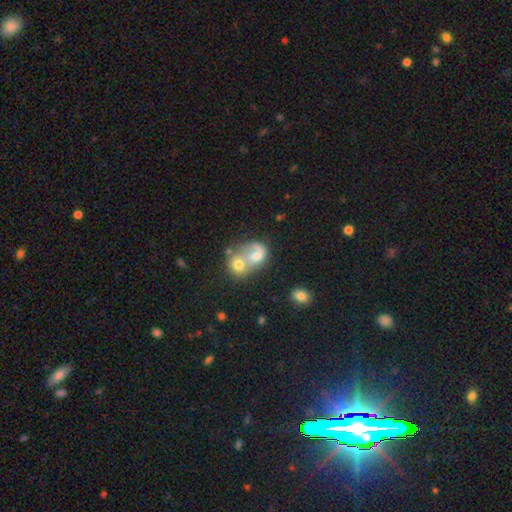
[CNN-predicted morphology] Smooth or featured?
  - smooth: 50% *
  - featured or disk: 40%
  - star or artifact: 10%
Merging?
  - merger: 75% *
  - none: 12%
  - major disturbance: 7%
  - minor disturbance: 5%